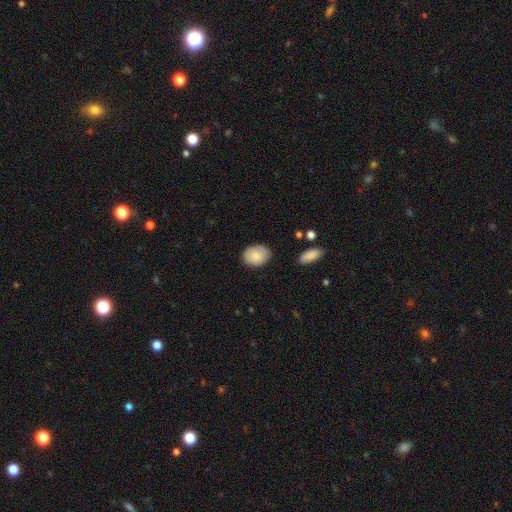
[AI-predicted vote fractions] smooth 82%, featured or disk 11%, star or artifact 7%. Down the decision tree: how rounded — in between (57%); merging — none (78%).